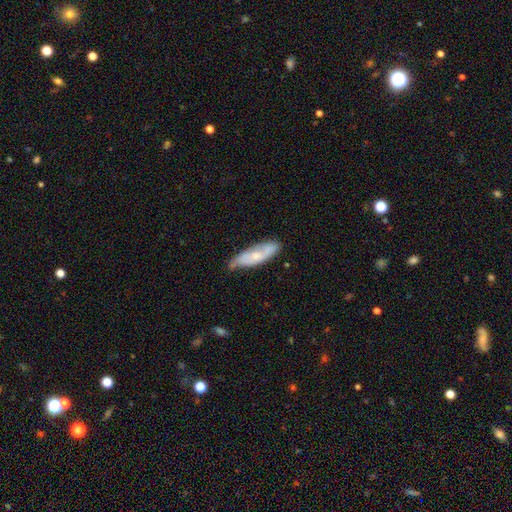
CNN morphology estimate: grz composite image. It shows a featured or disk galaxy (47%). Merging: none (65%).